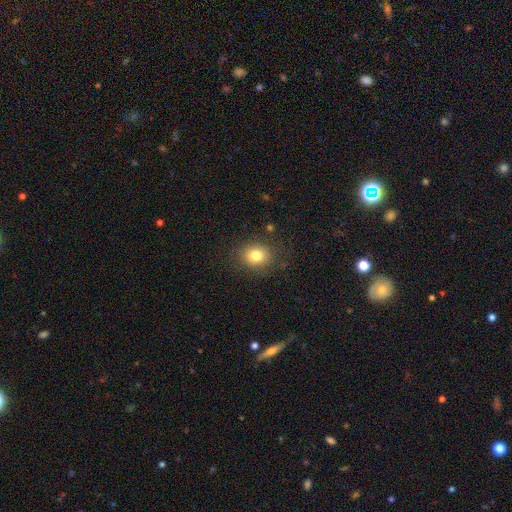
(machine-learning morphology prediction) smooth_or_featured: smooth (p=0.80) [alt: star or artifact p=0.12]
how_rounded: round (p=0.66) [alt: in between p=0.33]
merging: none (p=0.85) [alt: minor disturbance p=0.10]